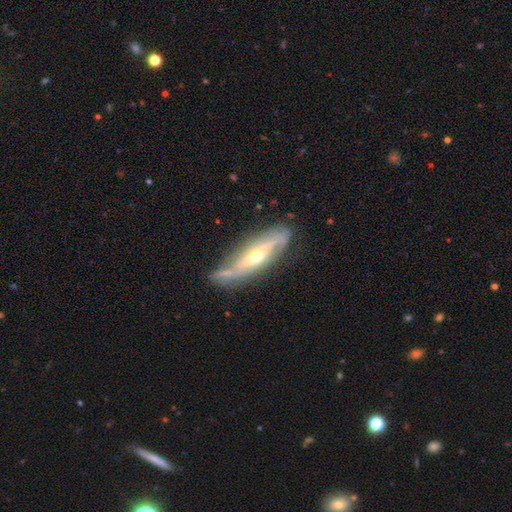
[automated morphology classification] Smooth or featured: featured or disk — 78% (smooth — 17%)
Edge-on disk: no — 56% (yes — 44%)
Merging: none — 65% (minor disturbance — 23%)